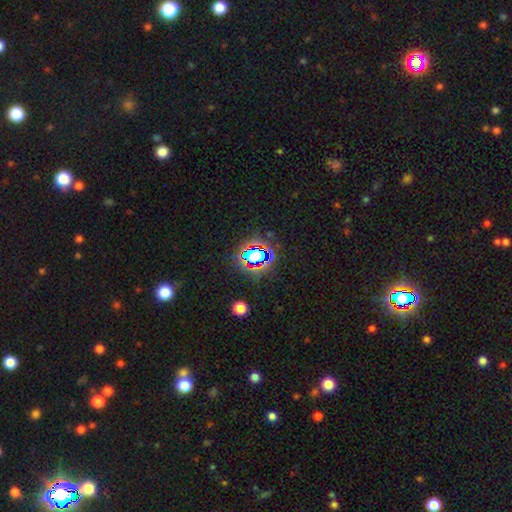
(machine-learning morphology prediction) This appears to be a star or artifact, not a galaxy (64%).